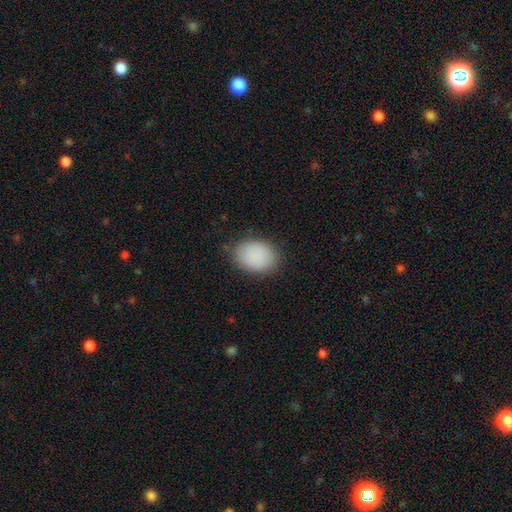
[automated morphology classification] smooth_or_featured: smooth (p=0.89) [alt: star or artifact p=0.07]
how_rounded: in between (p=0.69) [alt: round p=0.30]
merging: none (p=0.83) [alt: minor disturbance p=0.13]